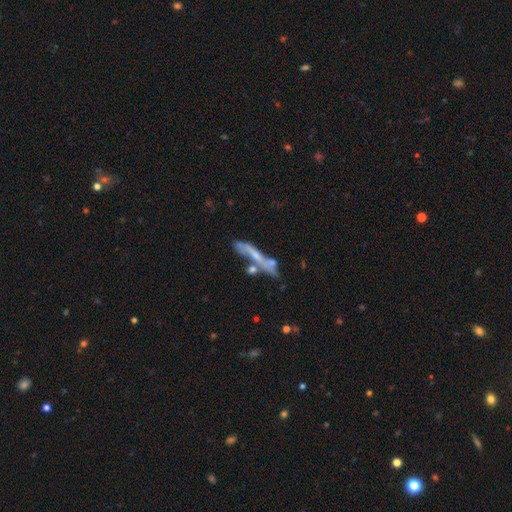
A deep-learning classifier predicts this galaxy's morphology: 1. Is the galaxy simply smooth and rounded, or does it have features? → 53% featured or disk, 37% smooth, 10% star or artifact.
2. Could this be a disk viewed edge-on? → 58% yes, 42% no.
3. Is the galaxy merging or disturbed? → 38% none, 30% merger, 19% minor disturbance, 13% major disturbance.